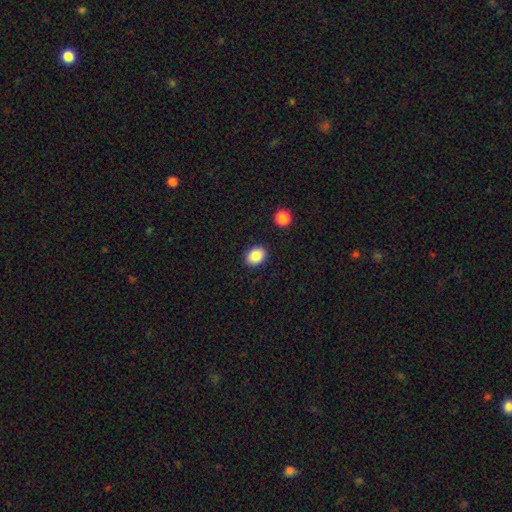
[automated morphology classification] A smooth galaxy with no disk features (87%) that is in between round and cigar-shaped (55%).

Vote fractions:
- Smooth or featured? smooth: 87% / star or artifact: 9% / featured or disk: 4%
- How rounded? in between: 55% / round: 44% / cigar-shaped: 1%
- Merging? none: 89% / minor disturbance: 7% / major disturbance: 2% / merger: 2%